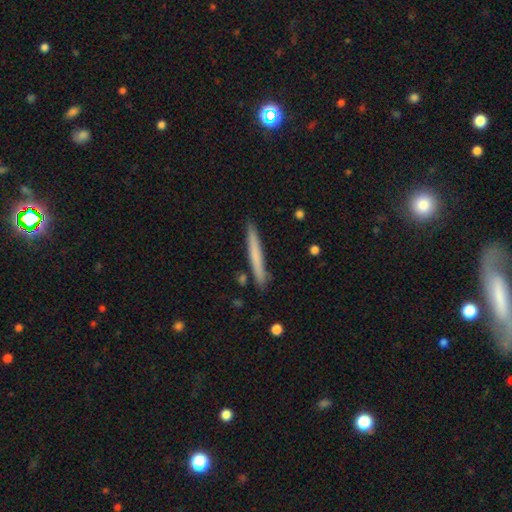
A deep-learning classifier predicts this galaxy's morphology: Smooth or featured: smooth — 65% (featured or disk — 29%)
How rounded: cigar-shaped — 97% (in between — 2%)
Merging: none — 90% (minor disturbance — 7%)